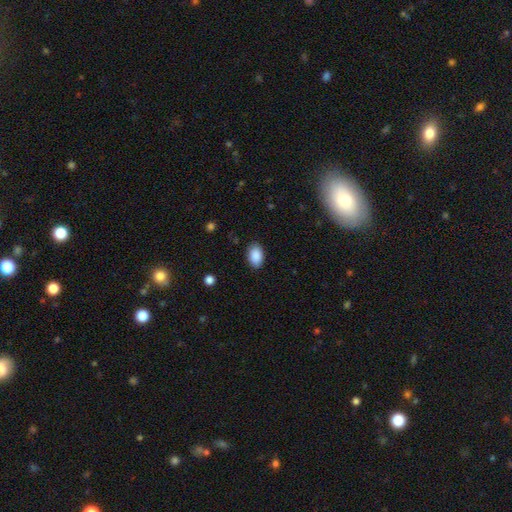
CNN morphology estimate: A smooth galaxy with no disk features (90%) that is in between round and cigar-shaped (90%).

Vote fractions:
- Smooth or featured? smooth: 90% / star or artifact: 7% / featured or disk: 3%
- How rounded? in between: 90% / round: 8% / cigar-shaped: 1%
- Merging? none: 87% / minor disturbance: 10% / major disturbance: 2% / merger: 1%